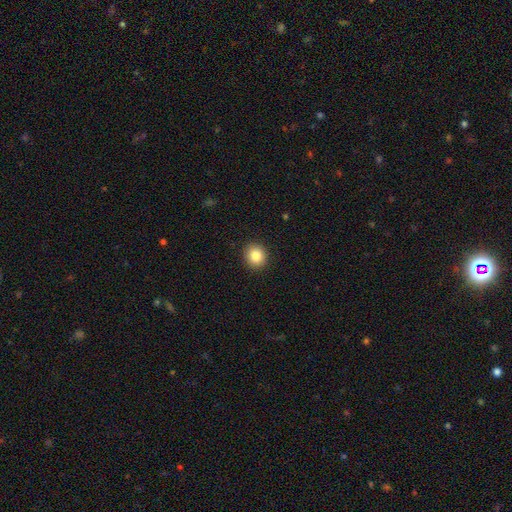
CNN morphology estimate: Smooth or featured?
  - smooth: 85% *
  - star or artifact: 9%
  - featured or disk: 6%
How rounded?
  - round: 84% *
  - in between: 15%
  - cigar-shaped: 1%
Merging?
  - none: 92% *
  - minor disturbance: 6%
  - major disturbance: 2%
  - merger: 1%